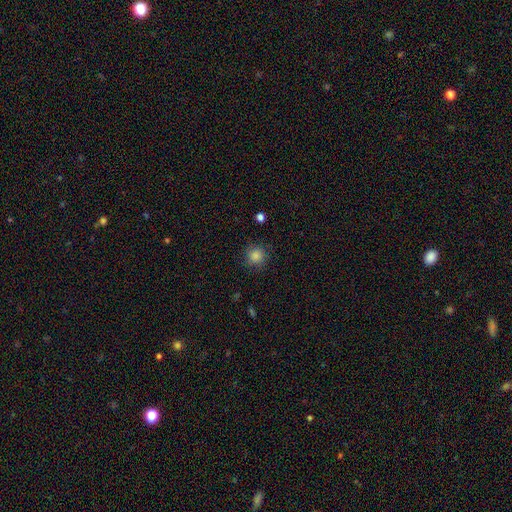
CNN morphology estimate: A smooth galaxy with no disk features (85%) that is round (93%).

Vote fractions:
- Smooth or featured? smooth: 85% / star or artifact: 11% / featured or disk: 4%
- How rounded? round: 93% / in between: 6% / cigar-shaped: 1%
- Merging? none: 86% / minor disturbance: 10% / major disturbance: 3% / merger: 1%